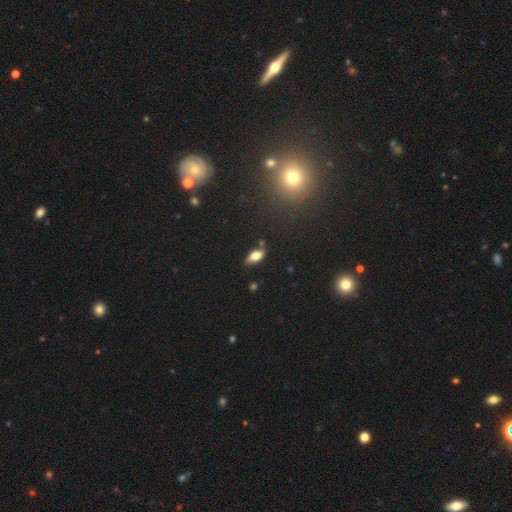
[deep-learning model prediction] Smooth or featured?
  - smooth: 73% *
  - featured or disk: 19%
  - star or artifact: 8%
How rounded?
  - in between: 87% *
  - cigar-shaped: 9%
  - round: 4%
Merging?
  - none: 80% *
  - minor disturbance: 14%
  - merger: 3%
  - major disturbance: 3%